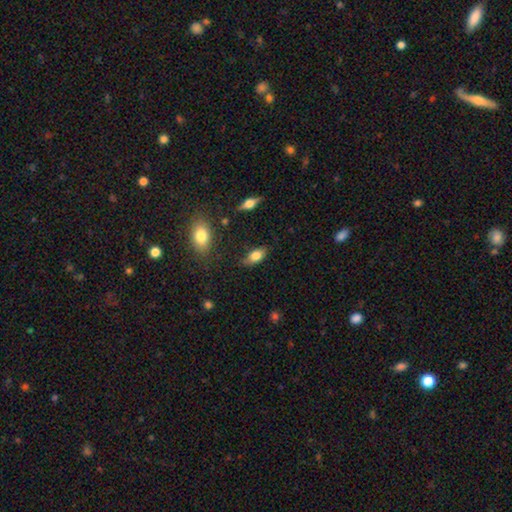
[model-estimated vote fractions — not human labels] A smooth galaxy with no disk features (76%) that is in between round and cigar-shaped (85%). Merging: none (77%).